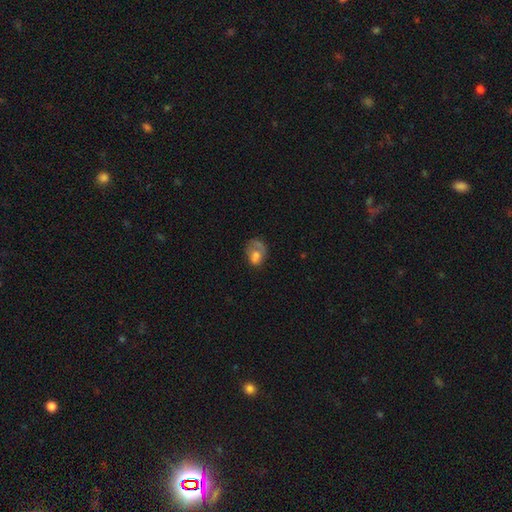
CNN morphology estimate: The model was most divided on "merging": major disturbance: 35%, none: 31%, minor disturbance: 24%, merger: 10%. More confident: how rounded — in between (64%); smooth or featured — smooth (59%).